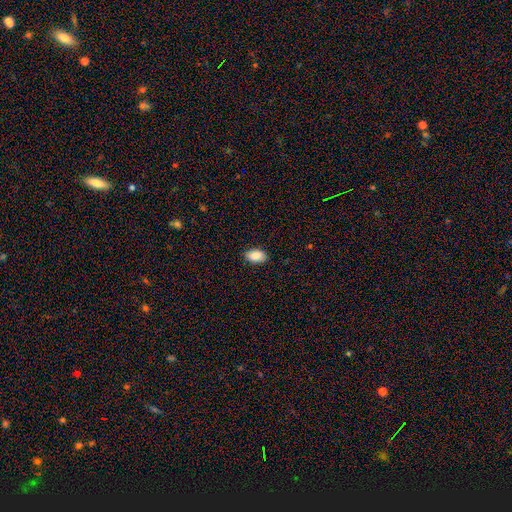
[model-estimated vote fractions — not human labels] This appears to be a smooth galaxy with no disk features (87%) that is in between round and cigar-shaped (92%). Merging: none (86%).